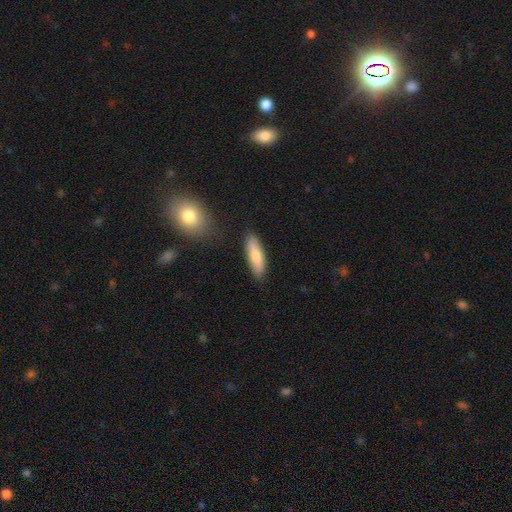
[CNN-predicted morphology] smooth-or-featured: smooth: 73% | featured or disk: 21% | star or artifact: 6%
  how-rounded: cigar-shaped: 52% | in between: 46% | round: 2%
  merging: none: 82% | minor disturbance: 13% | merger: 3% | major disturbance: 2%